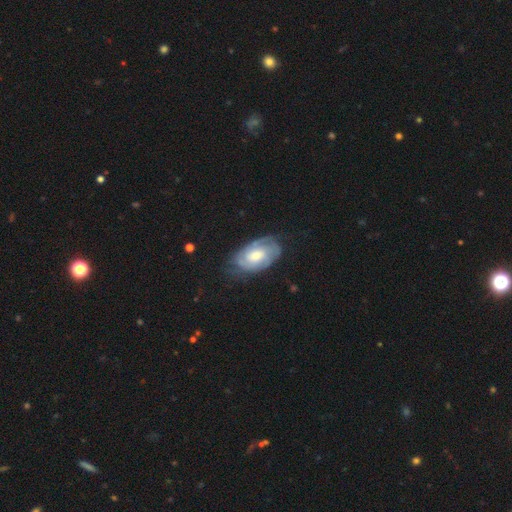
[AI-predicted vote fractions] Smooth or featured?
  - featured or disk: 67% *
  - smooth: 27%
  - star or artifact: 6%
Edge-on disk?
  - no: 95% *
  - yes: 5%
Bar?
  - no: 62% *
  - weak: 32%
  - strong: 6%
Spiral arms?
  - yes: 87% *
  - no: 13%
Spiral winding?
  - tight: 60% *
  - medium: 31%
  - loose: 9%
Spiral arm count?
  - can't tell: 43% *
  - 2: 35%
  - 3: 11%
  - 1: 5%
  - 4: 4%
  - more than 4: 3%
Bulge size?
  - moderate: 55% *
  - small: 28%
  - large: 13%
  - none: 3%
  - dominant: 1%
Merging?
  - none: 63% *
  - minor disturbance: 26%
  - major disturbance: 10%
  - merger: 1%